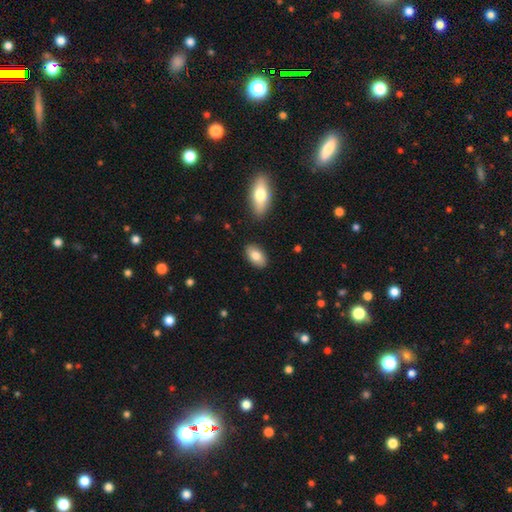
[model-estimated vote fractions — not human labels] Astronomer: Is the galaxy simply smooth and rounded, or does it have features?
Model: smooth — 82%.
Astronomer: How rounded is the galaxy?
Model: in between — 93%.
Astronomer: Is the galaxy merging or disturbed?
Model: none — 87%.